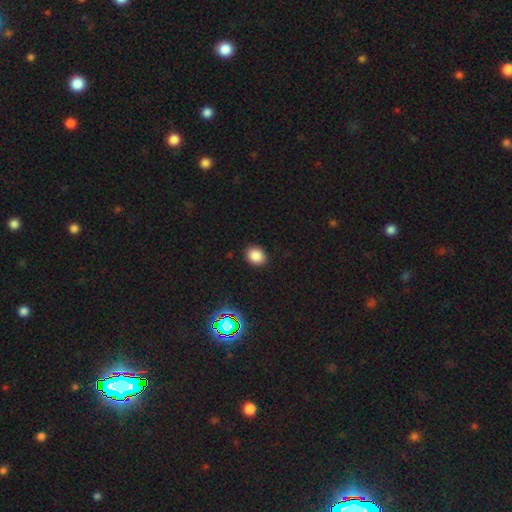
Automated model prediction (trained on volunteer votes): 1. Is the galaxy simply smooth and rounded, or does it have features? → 84% smooth, 12% star or artifact, 4% featured or disk.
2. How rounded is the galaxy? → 50% in between, 49% round, 1% cigar-shaped.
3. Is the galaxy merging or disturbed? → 89% none, 8% minor disturbance, 2% major disturbance, 1% merger.